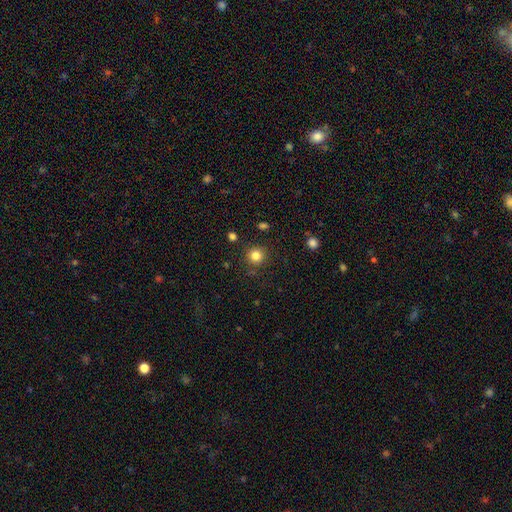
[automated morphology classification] type=smooth (83%); roundness=round (93%); merging=none (87%).